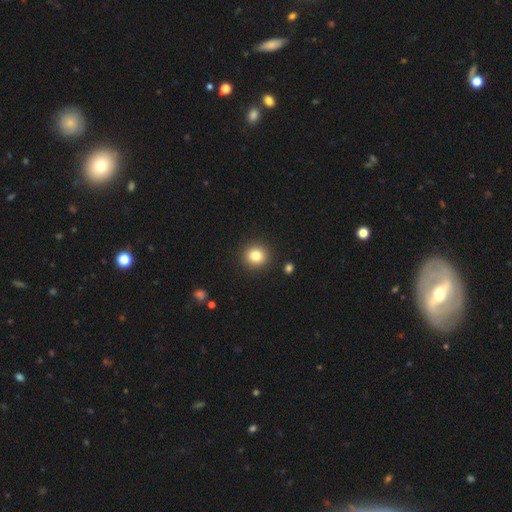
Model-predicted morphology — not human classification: Smooth or featured? smooth (82%)
How rounded? round (92%)
Merging? none (91%)